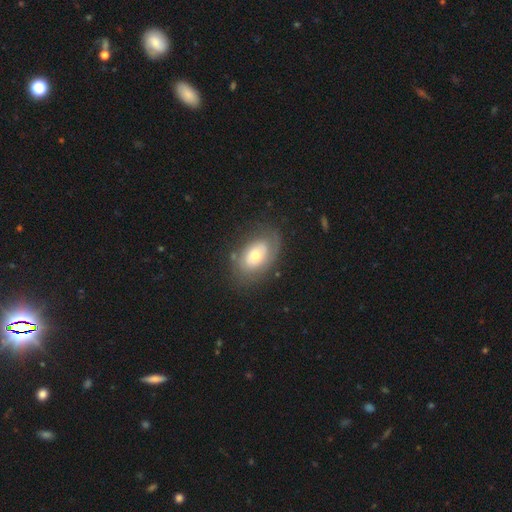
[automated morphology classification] smooth-or-featured: featured or disk: 52% | smooth: 40% | star or artifact: 7%
  disk-edge-on: no: 93% | yes: 7%
  merging: none: 68% | minor disturbance: 20% | major disturbance: 11% | merger: 2%